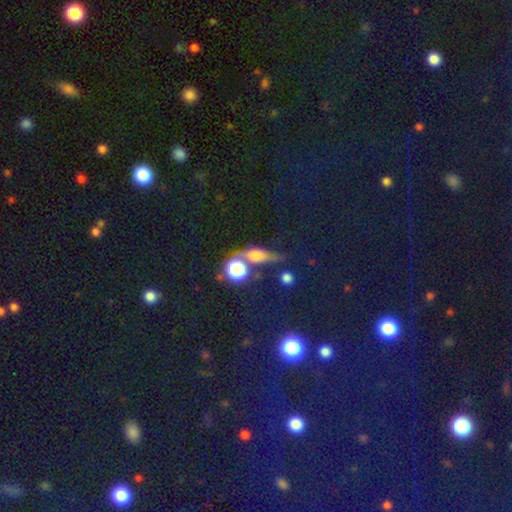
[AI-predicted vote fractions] smooth 51%, featured or disk 25%, star or artifact 24%. Down the decision tree: how rounded — round (43%); merging — none (52%).